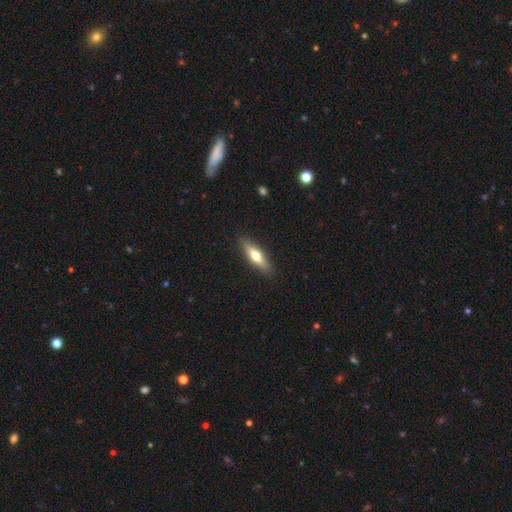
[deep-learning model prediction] Smooth or featured? smooth (58%)
How rounded? cigar-shaped (64%)
Merging? none (89%)